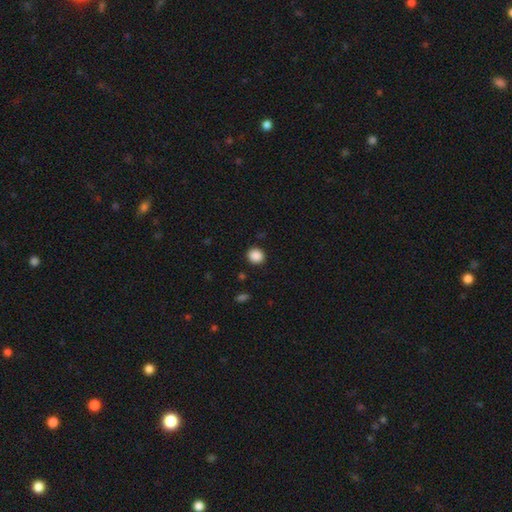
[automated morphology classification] Q: Smooth or featured?
A: smooth (88%); runner-up: star or artifact (9%)
Q: How rounded?
A: round (84%); runner-up: in between (15%)
Q: Merging?
A: none (90%); runner-up: minor disturbance (7%)